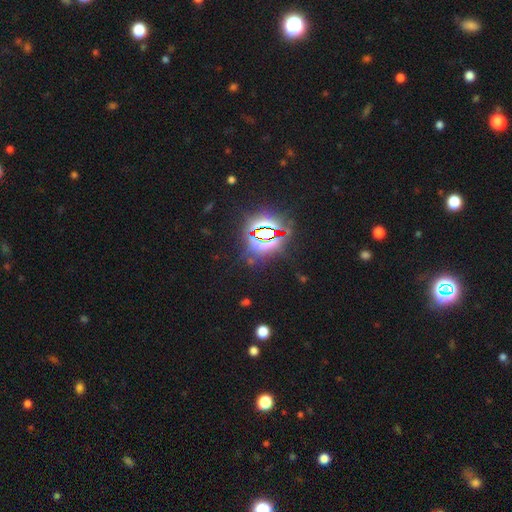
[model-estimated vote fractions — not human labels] smooth_or_featured: star or artifact (p=0.83) [alt: smooth p=0.10]